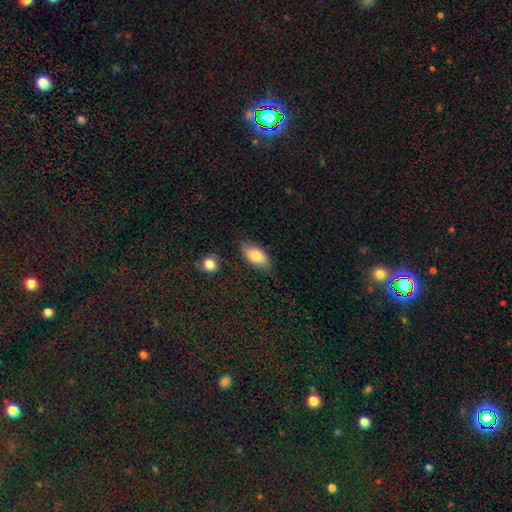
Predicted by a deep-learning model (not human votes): This is clearly a smooth galaxy (81%). How rounded: clearly in between (91%). Merging: likely none (75%).